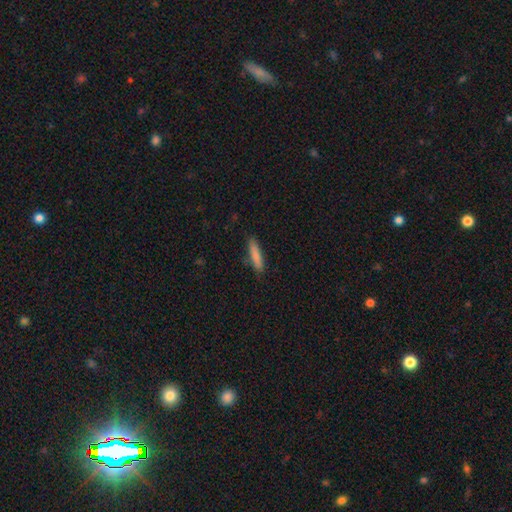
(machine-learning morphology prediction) smooth-or-featured: smooth: 84% | featured or disk: 10% | star or artifact: 6%
  how-rounded: cigar-shaped: 86% | in between: 13% | round: 1%
  merging: none: 84% | minor disturbance: 12% | major disturbance: 2% | merger: 1%